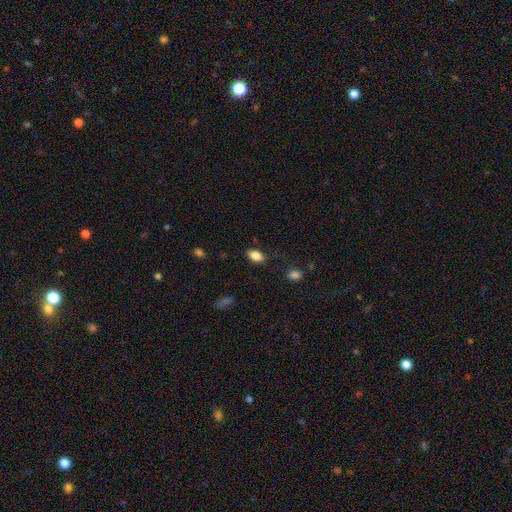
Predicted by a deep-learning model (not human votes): smooth_or_featured: smooth (p=0.85) [alt: star or artifact p=0.08]
how_rounded: in between (p=0.90) [alt: round p=0.07]
merging: none (p=0.81) [alt: minor disturbance p=0.14]